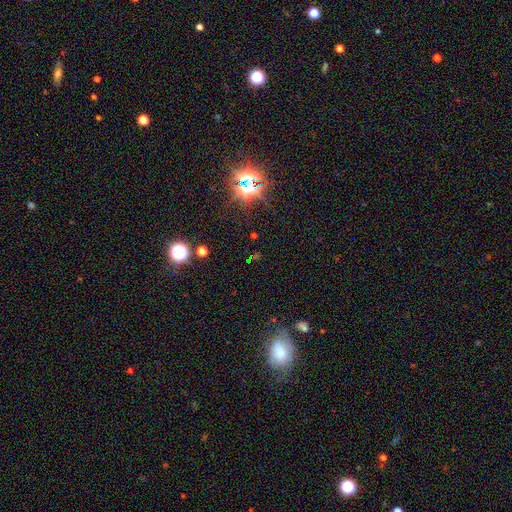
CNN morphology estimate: Smooth or featured? star or artifact (70%)